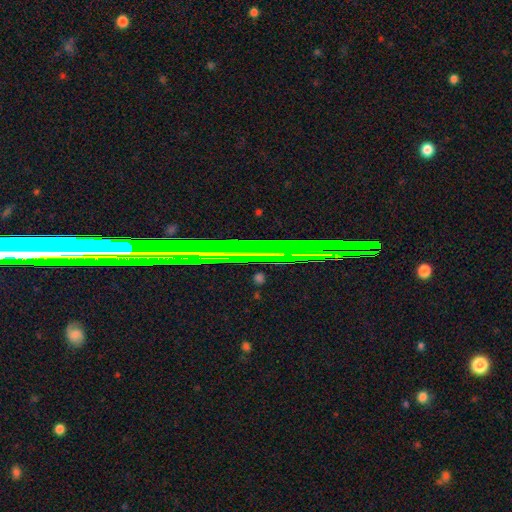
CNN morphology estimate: star or artifact 69%, featured or disk 20%, smooth 11%.